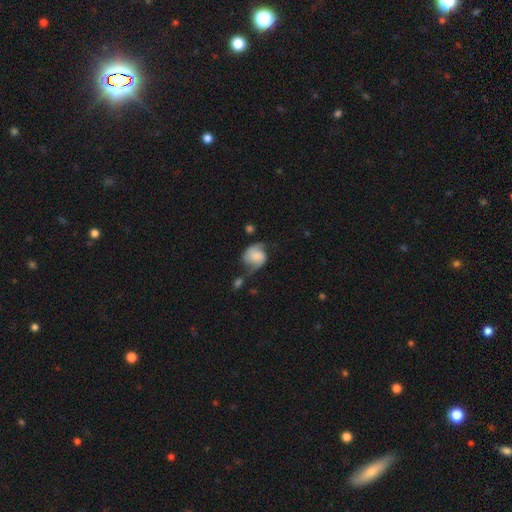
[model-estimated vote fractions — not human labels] Q: Smooth or featured?
A: featured or disk (51%); runner-up: smooth (40%)
Q: Edge-on disk?
A: no (97%); runner-up: yes (3%)
Q: Merging?
A: none (44%); runner-up: minor disturbance (28%)